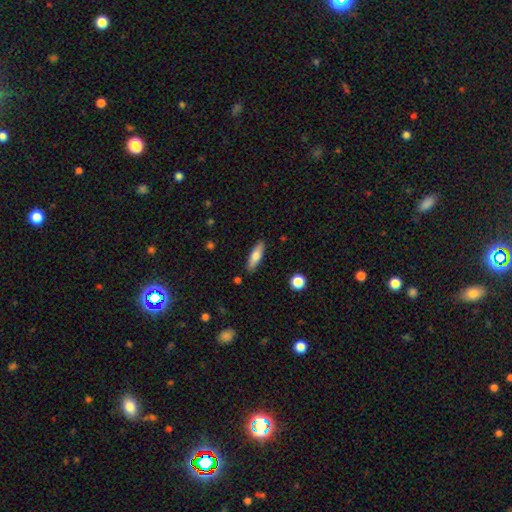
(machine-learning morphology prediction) smooth_or_featured: smooth (p=0.72) [alt: featured or disk p=0.21]
how_rounded: cigar-shaped (p=0.54) [alt: in between p=0.44]
merging: none (p=0.87) [alt: minor disturbance p=0.09]